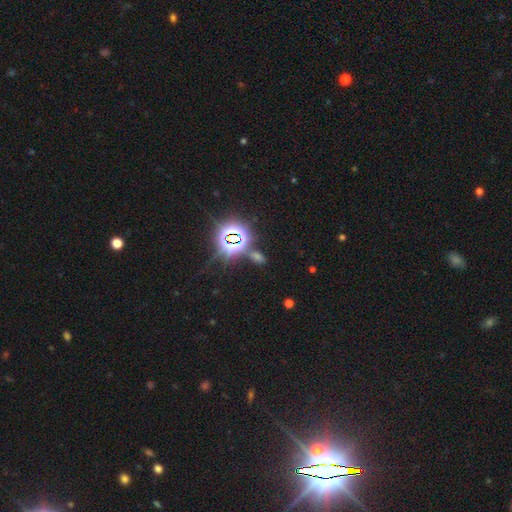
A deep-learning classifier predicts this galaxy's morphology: smooth_or_featured: star or artifact (p=0.76) [alt: smooth p=0.16]